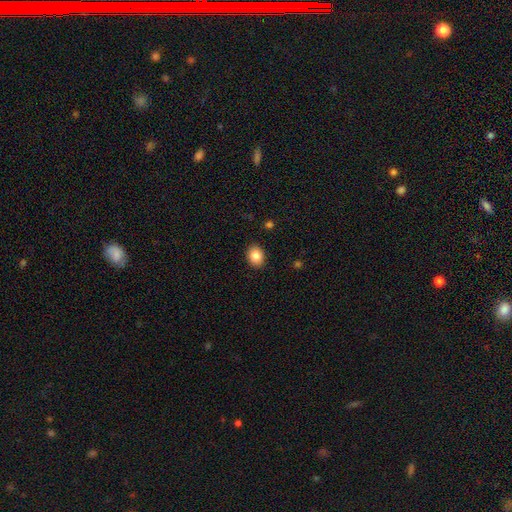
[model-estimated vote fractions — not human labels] Q: Smooth or featured?
A: smooth (84%); runner-up: star or artifact (9%)
Q: How rounded?
A: in between (51%); runner-up: round (48%)
Q: Merging?
A: none (90%); runner-up: minor disturbance (7%)